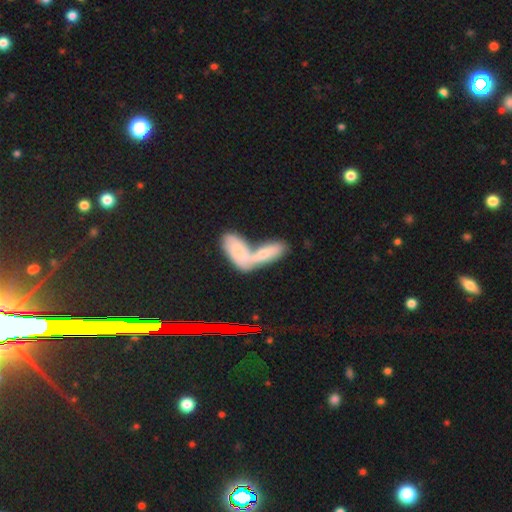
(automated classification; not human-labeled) Smooth or featured: smooth — 48% (featured or disk — 33%)
Merging: merger — 70% (none — 19%)